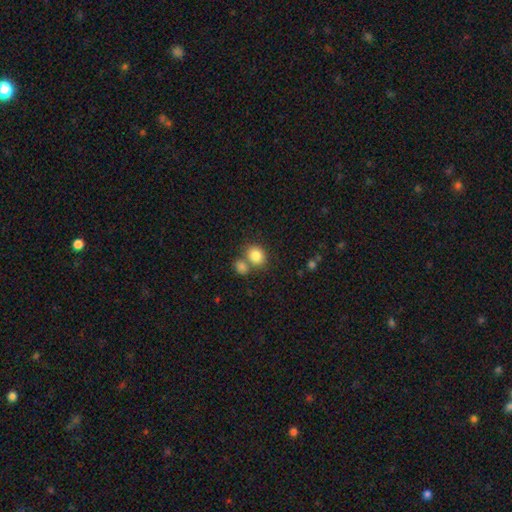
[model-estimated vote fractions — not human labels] A smooth galaxy with no disk features (84%) that is round (60%). Merging: none (52%).